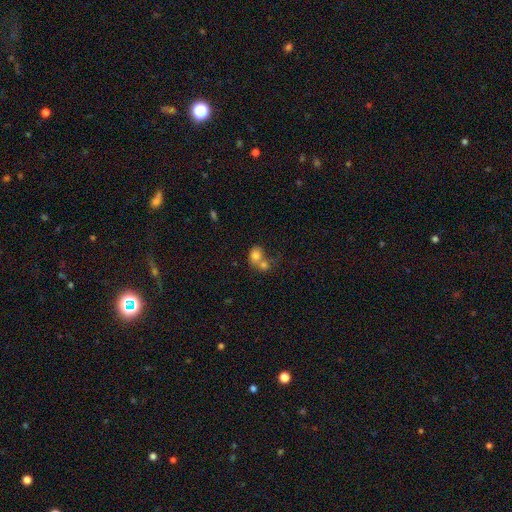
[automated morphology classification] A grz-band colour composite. It shows a smooth galaxy with no disk features (75%) that is round (59%). Merging: merger (65%).